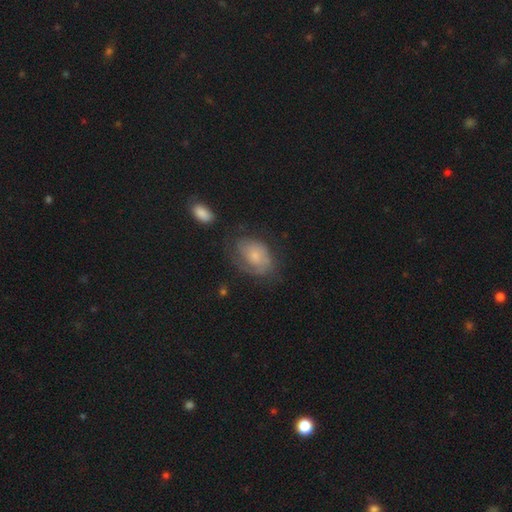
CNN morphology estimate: featured or disk 52%, smooth 39%, star or artifact 9%. Down the decision tree: edge-on disk — no (96%); bar — no (75%); spiral arms — yes (79%); bulge size — small (61%); merging — none (52%).